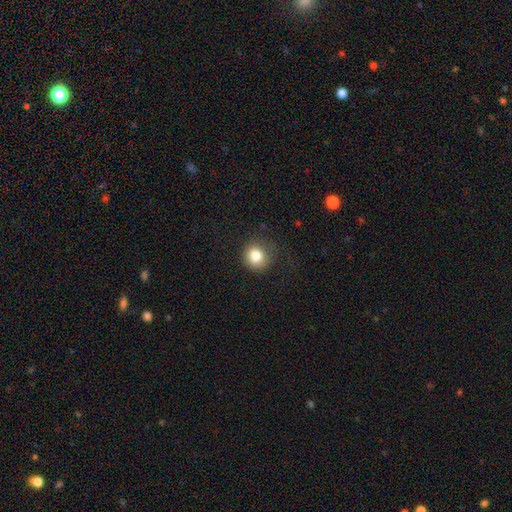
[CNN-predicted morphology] Smooth or featured: smooth — 83% (star or artifact — 11%)
How rounded: round — 89% (in between — 10%)
Merging: none — 75% (minor disturbance — 16%)